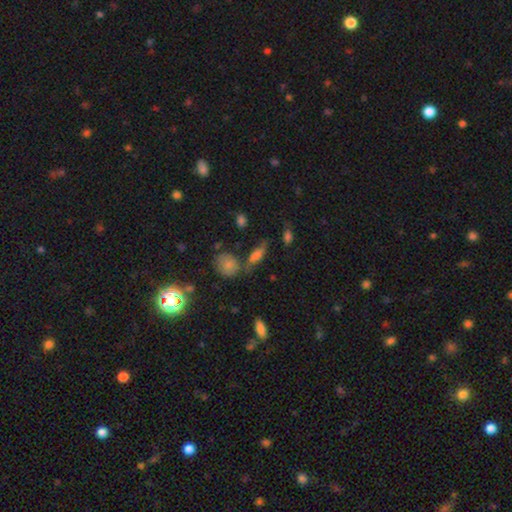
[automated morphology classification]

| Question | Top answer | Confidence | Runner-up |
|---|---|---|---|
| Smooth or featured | smooth | 63% | featured or disk (21%) |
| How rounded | in between | 56% | cigar-shaped (34%) |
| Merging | none | 58% | merger (19%) |